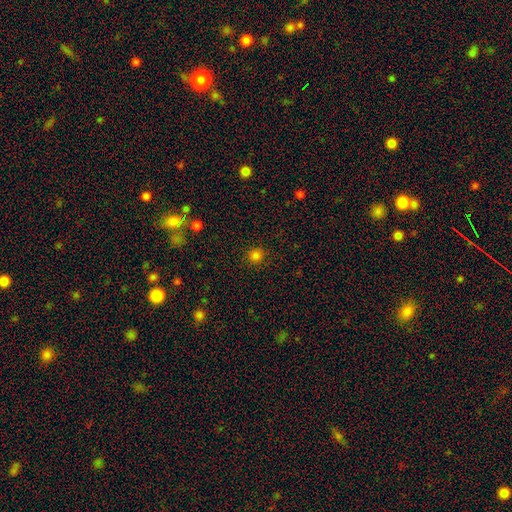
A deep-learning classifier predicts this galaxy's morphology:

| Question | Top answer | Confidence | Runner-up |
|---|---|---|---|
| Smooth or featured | smooth | 81% | star or artifact (15%) |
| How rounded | round | 92% | in between (7%) |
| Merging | none | 90% | minor disturbance (6%) |